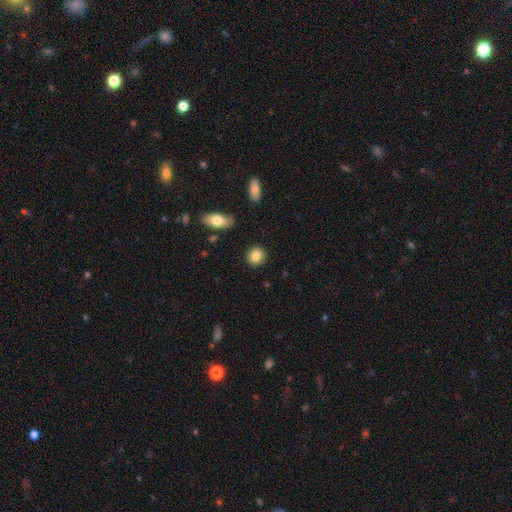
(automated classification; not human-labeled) smooth 86%, star or artifact 8%, featured or disk 6%. Down the decision tree: how rounded — round (82%); merging — none (90%).